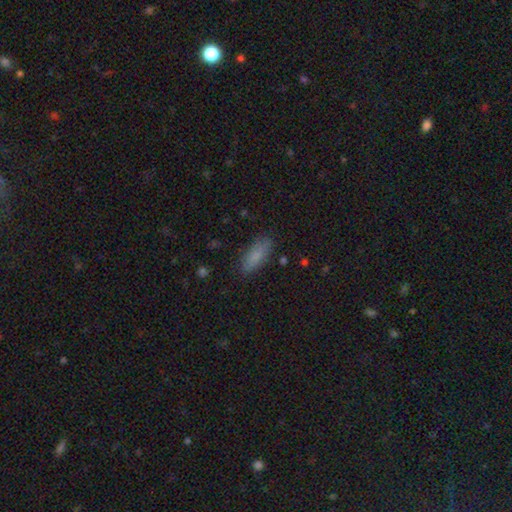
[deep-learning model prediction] Morphology: type=smooth (83%); roundness=in between (71%); merging=none (84%).